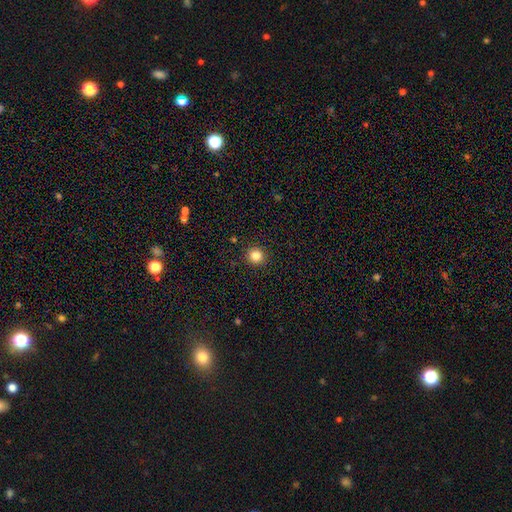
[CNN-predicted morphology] Smooth or featured?
  - smooth: 83% *
  - star or artifact: 12%
  - featured or disk: 5%
How rounded?
  - round: 92% *
  - in between: 7%
  - cigar-shaped: 1%
Merging?
  - none: 92% *
  - minor disturbance: 5%
  - major disturbance: 2%
  - merger: 1%